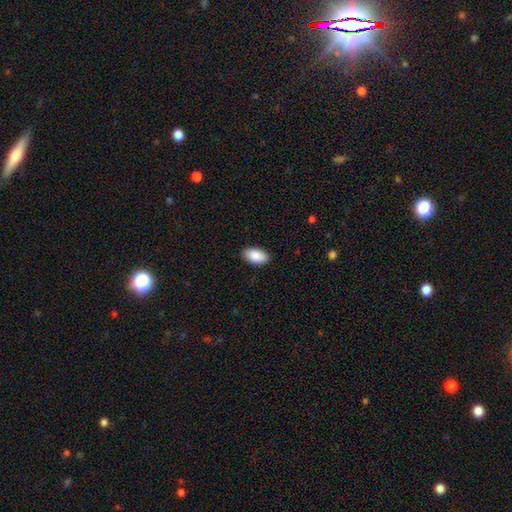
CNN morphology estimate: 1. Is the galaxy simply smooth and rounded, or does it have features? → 89% smooth, 6% star or artifact, 5% featured or disk.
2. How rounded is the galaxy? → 95% in between, 3% round, 2% cigar-shaped.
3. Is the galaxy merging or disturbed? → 89% none, 8% minor disturbance, 2% major disturbance, 1% merger.